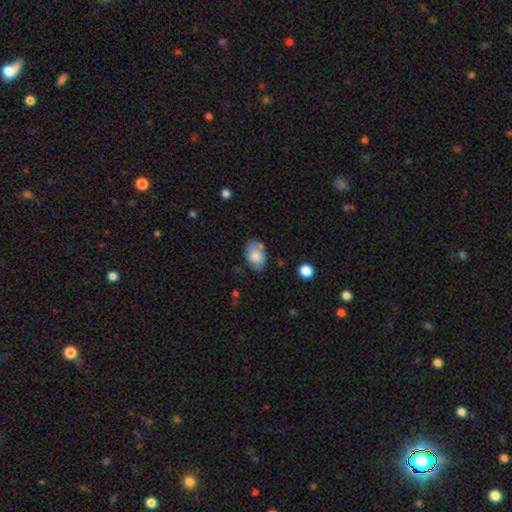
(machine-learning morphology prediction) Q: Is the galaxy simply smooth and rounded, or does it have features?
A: smooth — 71%.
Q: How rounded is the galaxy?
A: in between — 83%.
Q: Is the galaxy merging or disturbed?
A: none — 65%.